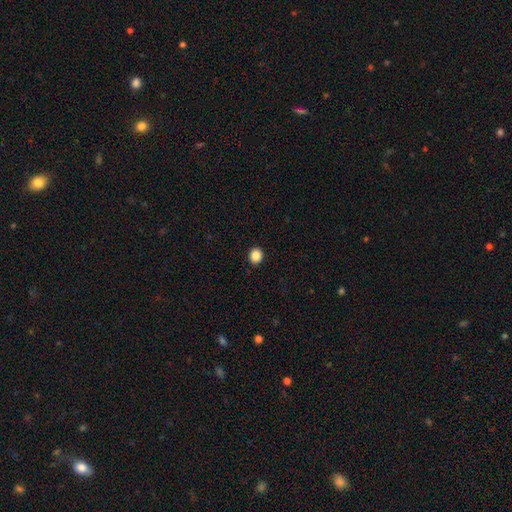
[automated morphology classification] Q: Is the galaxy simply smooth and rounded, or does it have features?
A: smooth — 87%.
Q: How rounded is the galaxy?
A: round — 78%.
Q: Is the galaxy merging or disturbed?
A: none — 92%.